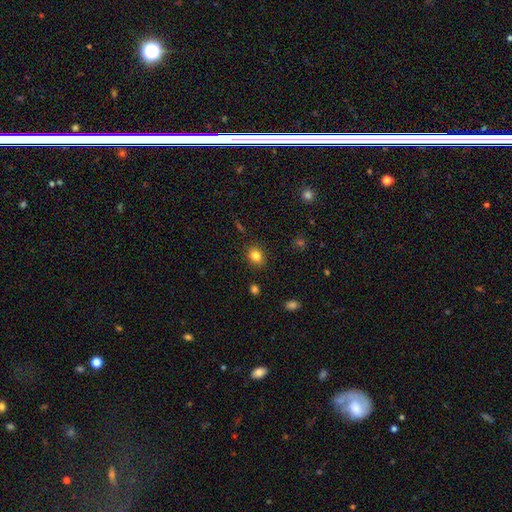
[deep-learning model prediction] smooth 83%, star or artifact 11%, featured or disk 6%. Down the decision tree: how rounded — in between (58%); merging — none (87%).